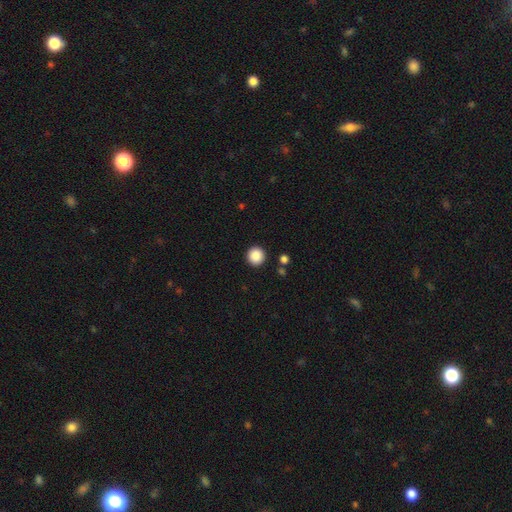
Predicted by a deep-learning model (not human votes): smooth 88%, star or artifact 9%, featured or disk 3%. Down the decision tree: how rounded — round (95%); merging — none (91%).